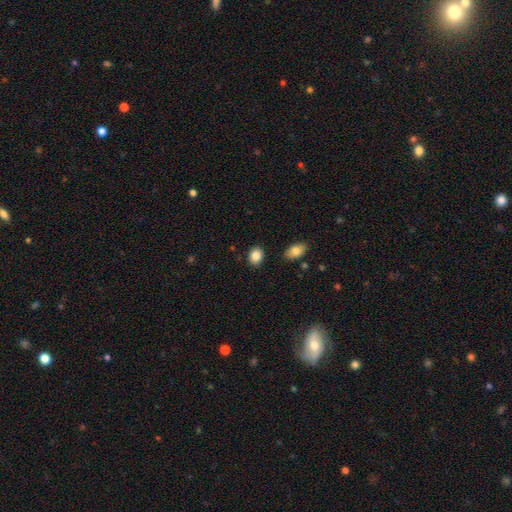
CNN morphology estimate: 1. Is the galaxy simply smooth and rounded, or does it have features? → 86% smooth, 8% star or artifact, 6% featured or disk.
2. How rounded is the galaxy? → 51% in between, 48% round, 1% cigar-shaped.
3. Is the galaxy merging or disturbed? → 86% none, 9% minor disturbance, 3% merger, 2% major disturbance.